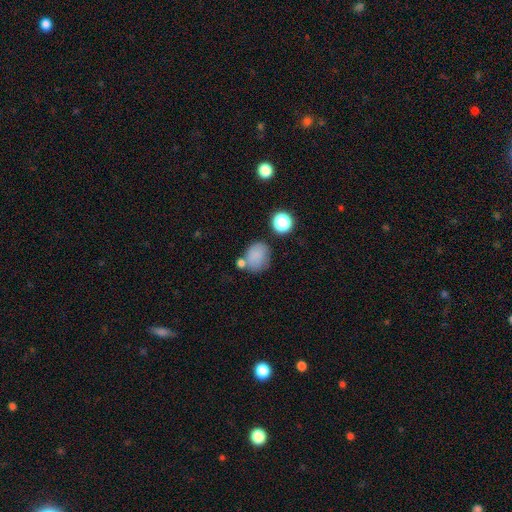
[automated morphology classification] smooth-or-featured: smooth: 79% | star or artifact: 12% | featured or disk: 9%
  how-rounded: round: 59% | in between: 40% | cigar-shaped: 1%
  merging: none: 56% | minor disturbance: 19% | merger: 17% | major disturbance: 8%